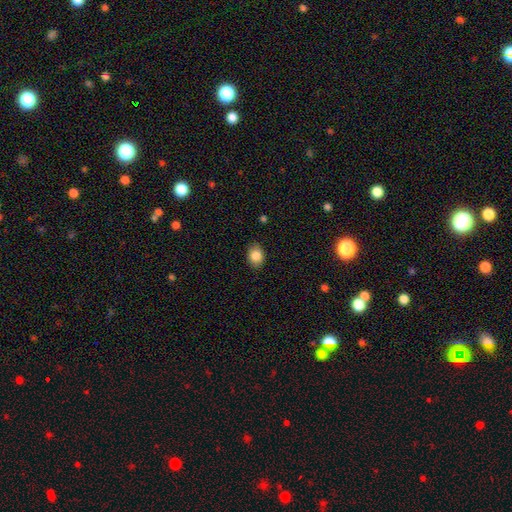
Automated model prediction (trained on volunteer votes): A smooth galaxy with no disk features (86%) that is in between round and cigar-shaped (60%). Merging: none (85%).